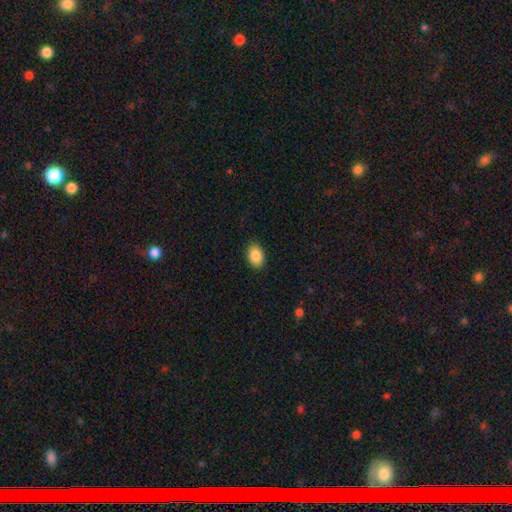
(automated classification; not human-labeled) This is clearly a smooth galaxy (88%). How rounded: clearly in between (84%). Merging: clearly none (88%).